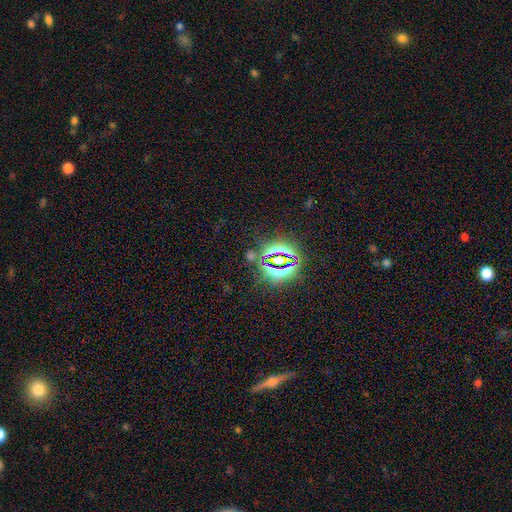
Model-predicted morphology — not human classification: The model was most divided on "smooth or featured": star or artifact: 79%, smooth: 12%, featured or disk: 8%.